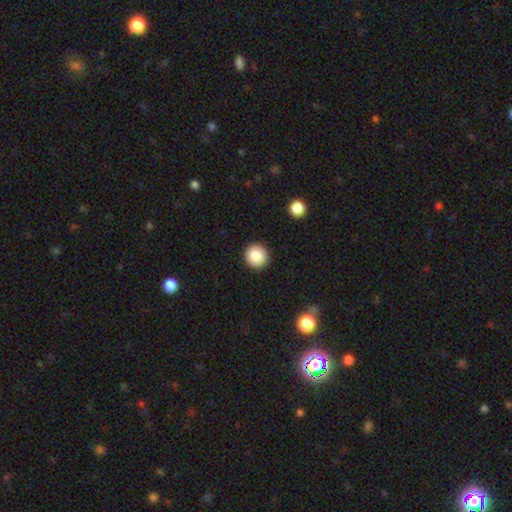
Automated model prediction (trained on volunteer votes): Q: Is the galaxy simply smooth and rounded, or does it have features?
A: smooth — 86%.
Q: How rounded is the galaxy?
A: round — 94%.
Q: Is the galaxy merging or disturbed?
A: none — 92%.